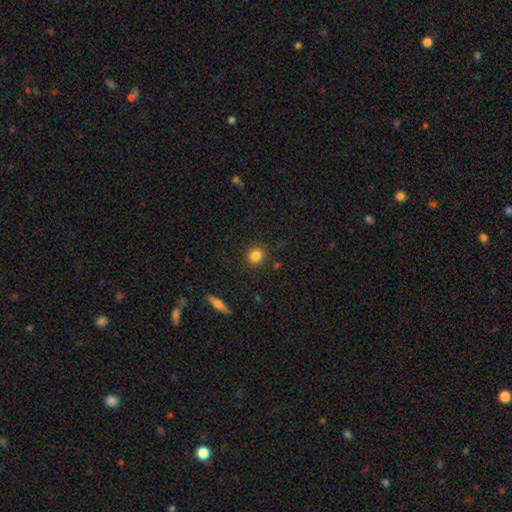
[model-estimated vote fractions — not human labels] The model was most divided on "how rounded": round: 76%, in between: 23%, cigar-shaped: 1%. More confident: merging — none (88%); smooth or featured — smooth (84%).